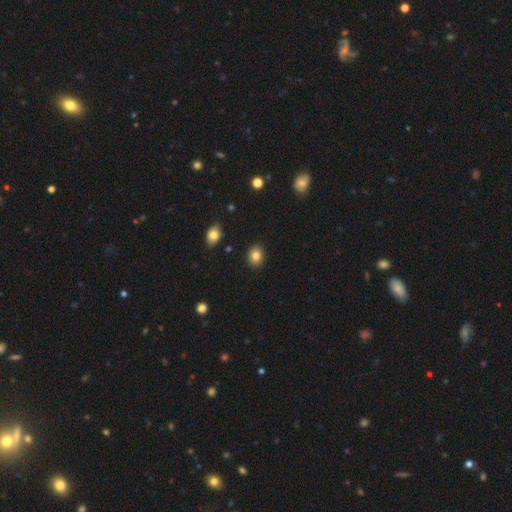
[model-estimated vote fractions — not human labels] A smooth galaxy with no disk features (83%) that is round (52%). Merging: none (89%).